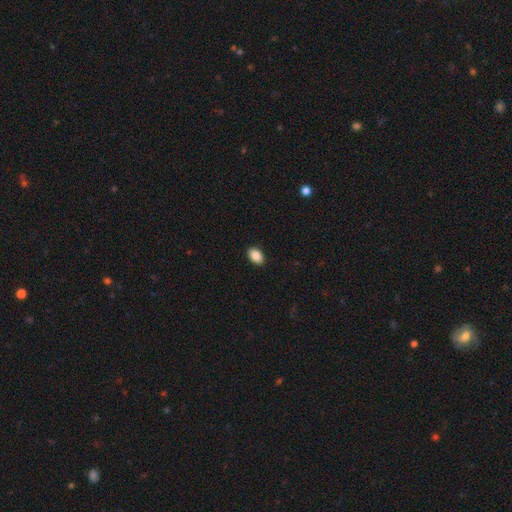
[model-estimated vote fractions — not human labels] This appears to be a smooth galaxy with no disk features (88%) that is in between round and cigar-shaped (89%). Merging: none (91%).